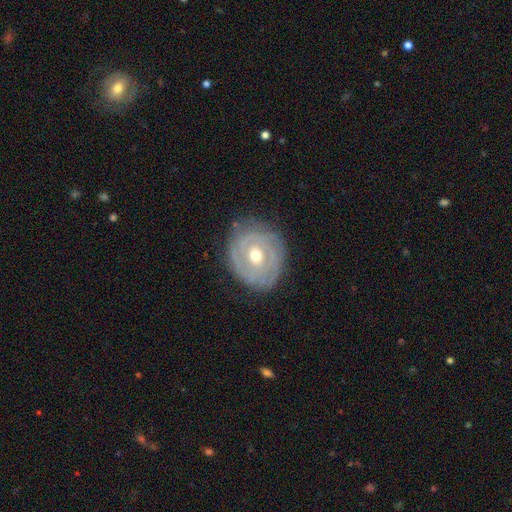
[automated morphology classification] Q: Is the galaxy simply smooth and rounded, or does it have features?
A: featured or disk — 80%.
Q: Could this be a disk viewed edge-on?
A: no — 96%.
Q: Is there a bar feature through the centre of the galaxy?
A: no — 62%.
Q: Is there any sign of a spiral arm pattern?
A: yes — 86%.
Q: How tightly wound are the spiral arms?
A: tight — 77%.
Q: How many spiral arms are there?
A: can't tell — 34%.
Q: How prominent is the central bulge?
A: moderate — 65%.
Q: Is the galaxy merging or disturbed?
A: none — 78%.